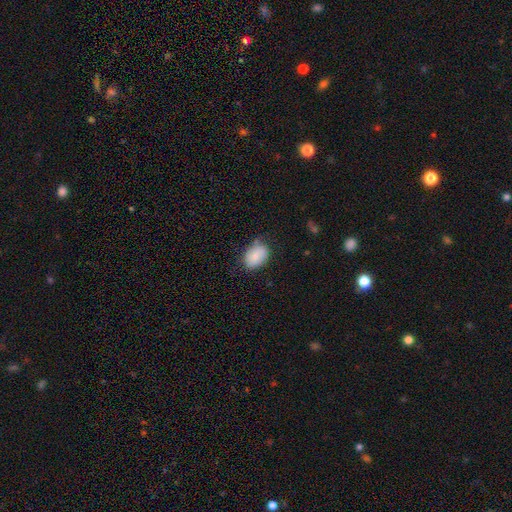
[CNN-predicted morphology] smooth 85%, featured or disk 8%, star or artifact 7%. Down the decision tree: how rounded — in between (84%); merging — none (72%).